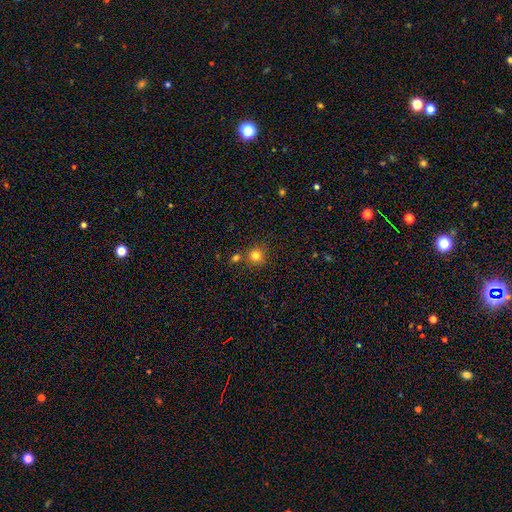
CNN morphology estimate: Smooth or featured? Predicted: smooth (p=0.79). How rounded? Predicted: round (p=0.91). Merging? Predicted: none (p=0.72).